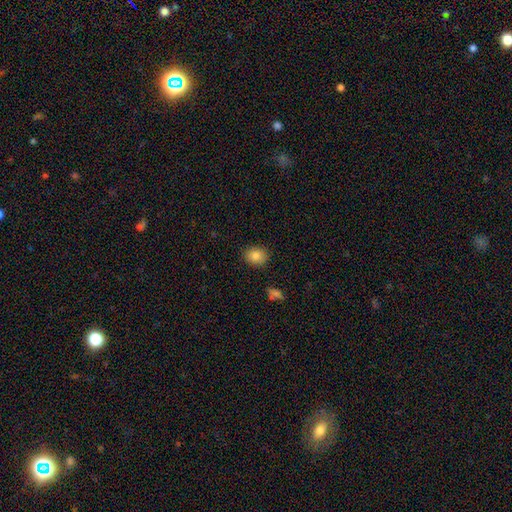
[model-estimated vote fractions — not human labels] A smooth galaxy with no disk features (83%) that is round (55%).

Vote fractions:
- Smooth or featured? smooth: 83% / star or artifact: 10% / featured or disk: 7%
- How rounded? round: 55% / in between: 44% / cigar-shaped: 1%
- Merging? none: 88% / minor disturbance: 9% / major disturbance: 2% / merger: 1%